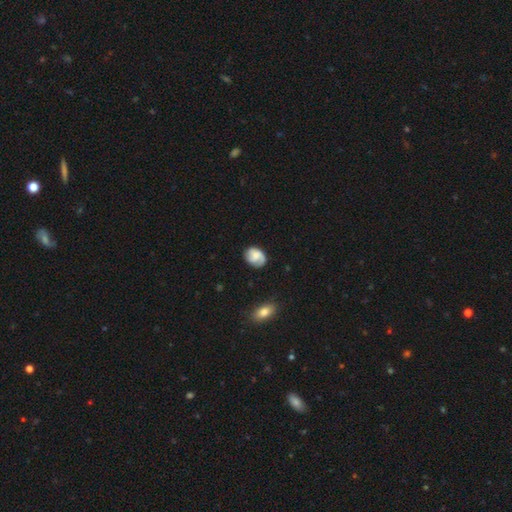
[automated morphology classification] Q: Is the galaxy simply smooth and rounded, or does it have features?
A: smooth — 57%.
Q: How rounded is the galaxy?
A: in between — 65%.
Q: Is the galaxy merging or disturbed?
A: none — 68%.